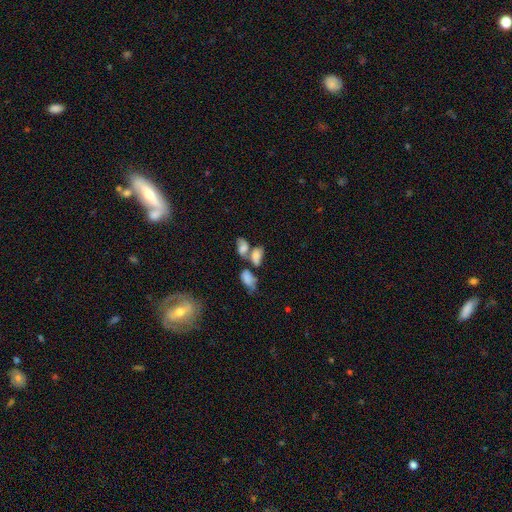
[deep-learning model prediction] The model was most divided on "merging": merger: 54%, none: 25%, minor disturbance: 12%, major disturbance: 9%. More confident: how rounded — in between (87%); smooth or featured — smooth (68%).